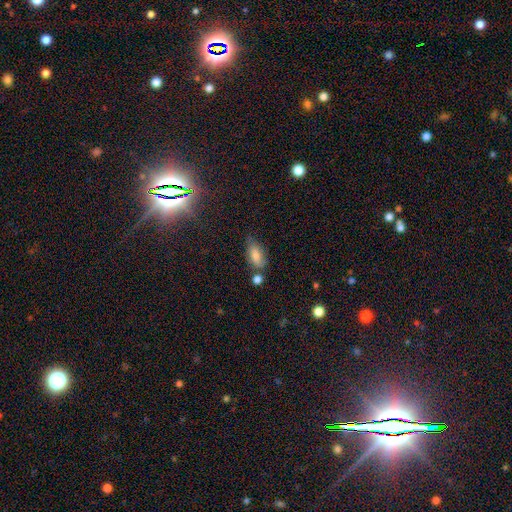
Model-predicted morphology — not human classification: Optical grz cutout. It shows a smooth galaxy with no disk features (80%) that is in between round and cigar-shaped (85%). Merging: none (57%).